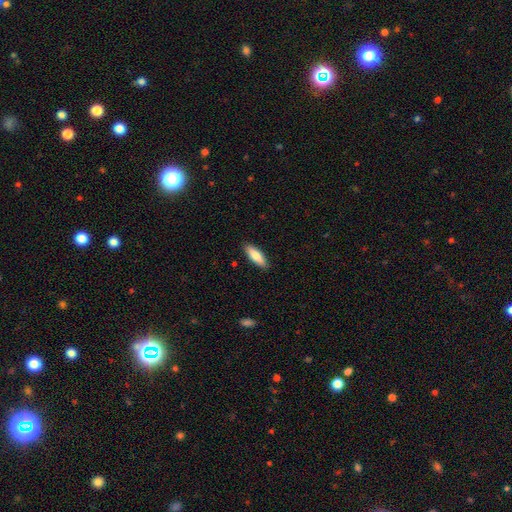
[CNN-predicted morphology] This is clearly a smooth galaxy (81%). How rounded: possibly in between (56%). Merging: clearly none (89%).